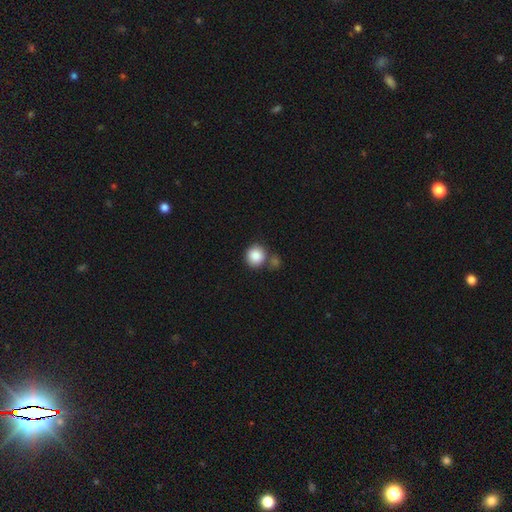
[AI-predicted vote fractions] A smooth galaxy with no disk features (87%) that is round (90%). Merging: none (65%).